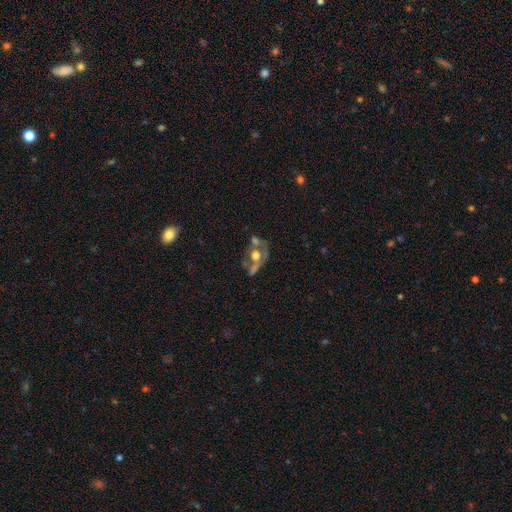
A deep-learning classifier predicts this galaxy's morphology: The model was most divided on "merging": merger: 35%, none: 34%, major disturbance: 16%, minor disturbance: 16%. More confident: edge-on disk — no (90%); bar — no (88%); spiral arms — no (80%); smooth or featured — featured or disk (56%); bulge size — moderate (52%).